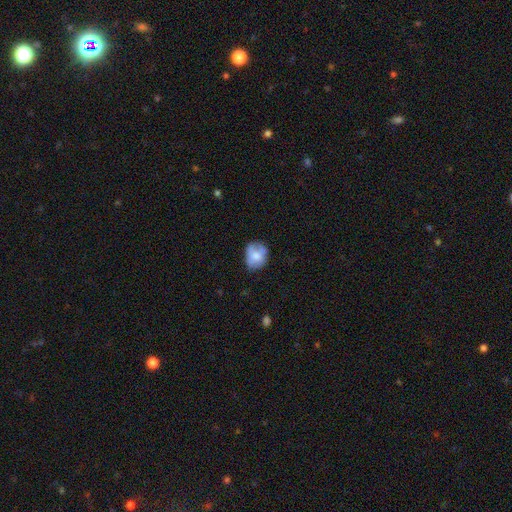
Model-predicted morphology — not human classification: This is likely a smooth galaxy (65%). How rounded: possibly in between (50%). Merging: possibly none (54%).